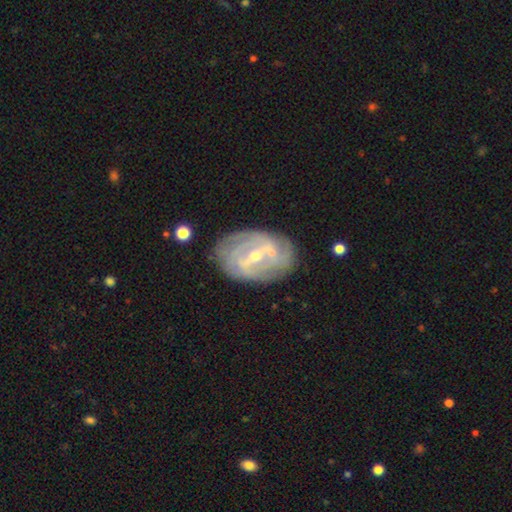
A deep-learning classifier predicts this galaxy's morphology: Smooth or featured? featured or disk (85%)
Edge-on disk? no (95%)
Bar? strong (56%)
Spiral arms? yes (85%)
Spiral winding? tight (56%)
Spiral arm count? 2 (38%)
Bulge size? small (59%)
Merging? none (71%)